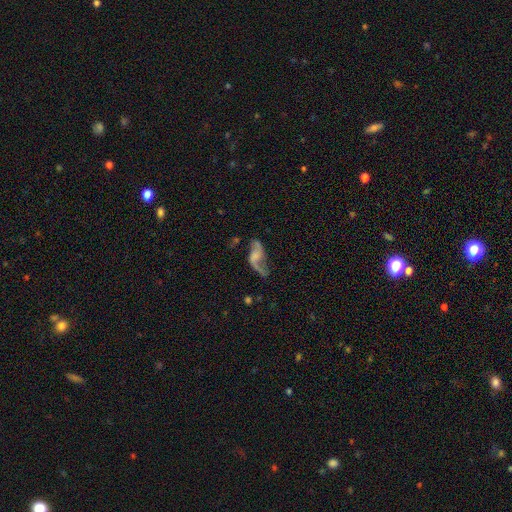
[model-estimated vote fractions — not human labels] A featured or disk galaxy (78%) with no bar (52%), 2 (87%) loose (84%) spiral arms (91%) and no central bulge (42%).

Vote fractions:
- Smooth or featured? featured or disk: 78% / smooth: 14% / star or artifact: 8%
- Edge-on disk? no: 94% / yes: 6%
- Bar? no: 52% / weak: 37% / strong: 10%
- Spiral arms? yes: 91% / no: 9%
- Spiral winding? loose: 84% / medium: 13% / tight: 3%
- Spiral arm count? 2: 87% / 1: 7% / can't tell: 3% / 3: 1% / 4: 1% / more than 4: 1%
- Bulge size? none: 42% / small: 26% / moderate: 21% / large: 9% / dominant: 2%
- Merging? none: 53% / major disturbance: 22% / minor disturbance: 19% / merger: 5%